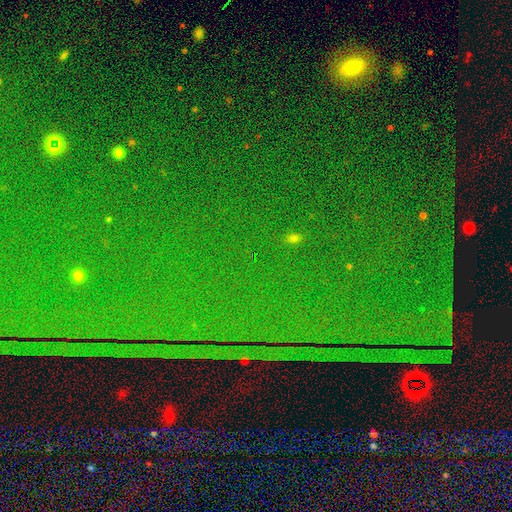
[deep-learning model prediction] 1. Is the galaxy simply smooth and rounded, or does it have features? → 81% star or artifact, 11% smooth, 8% featured or disk.